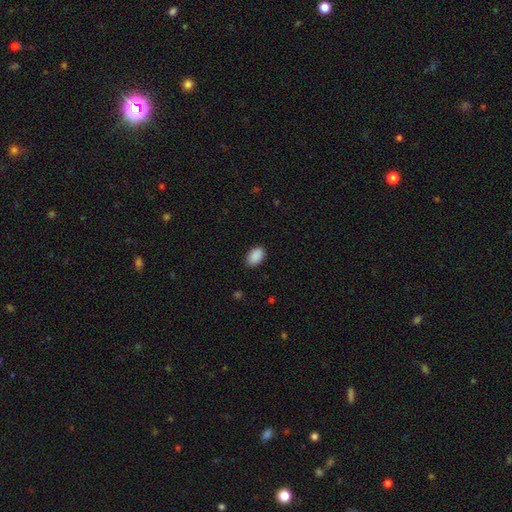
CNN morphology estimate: Overall: smooth (90%). How rounded: in between (90%). Merging: none (87%).